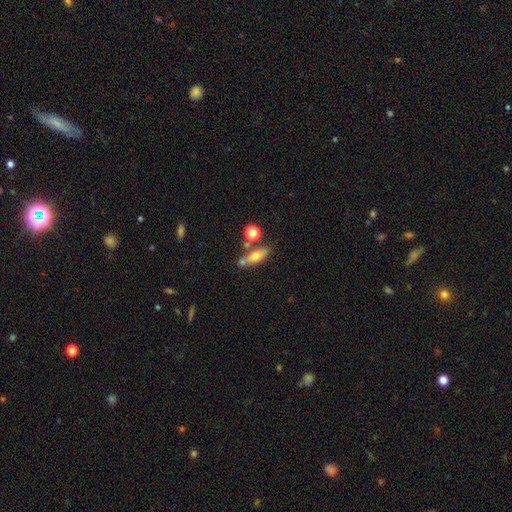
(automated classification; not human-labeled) smooth 62%, featured or disk 28%, star or artifact 10%. Down the decision tree: how rounded — in between (62%); merging — none (56%).